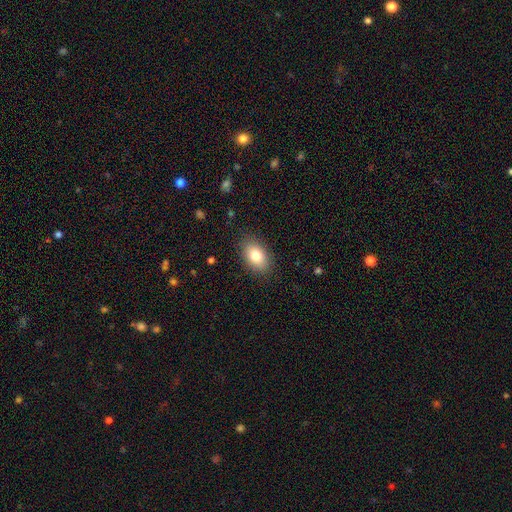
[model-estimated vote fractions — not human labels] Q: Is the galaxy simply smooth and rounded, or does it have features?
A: smooth — 80%.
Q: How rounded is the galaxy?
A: in between — 88%.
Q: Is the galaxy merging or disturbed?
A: none — 86%.